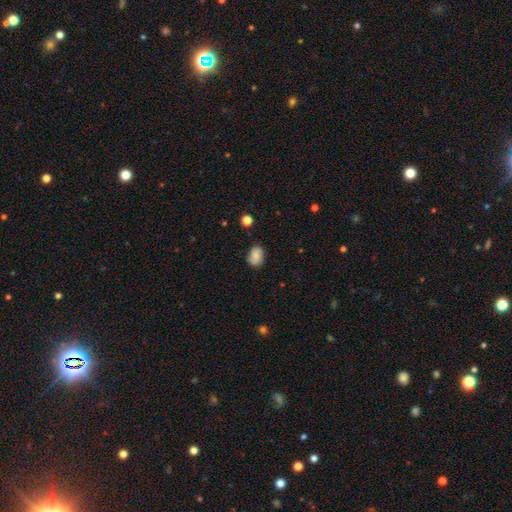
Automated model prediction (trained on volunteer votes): A smooth galaxy with no disk features (75%) that is in between round and cigar-shaped (67%).

Vote fractions:
- Smooth or featured? smooth: 75% / featured or disk: 16% / star or artifact: 9%
- How rounded? in between: 67% / round: 32% / cigar-shaped: 1%
- Merging? none: 74% / minor disturbance: 20% / major disturbance: 4% / merger: 2%